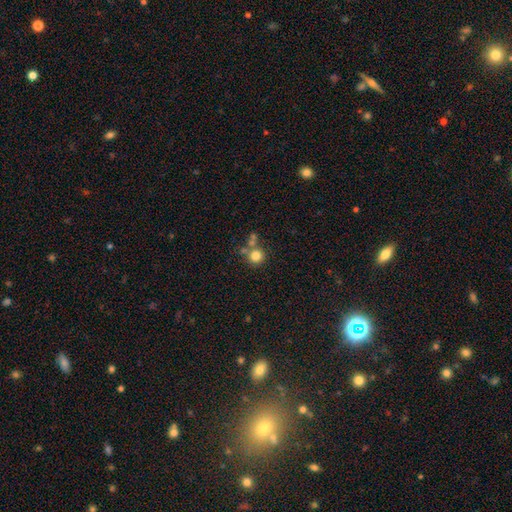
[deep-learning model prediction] Smooth or featured? smooth (79%)
How rounded? round (90%)
Merging? none (59%)